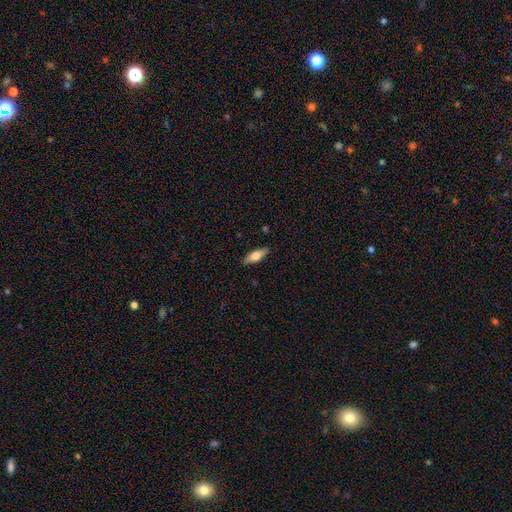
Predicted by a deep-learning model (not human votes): smooth-or-featured: smooth: 61% | featured or disk: 33% | star or artifact: 6%
  how-rounded: in between: 52% | cigar-shaped: 45% | round: 2%
  merging: none: 89% | minor disturbance: 9% | major disturbance: 2% | merger: 1%